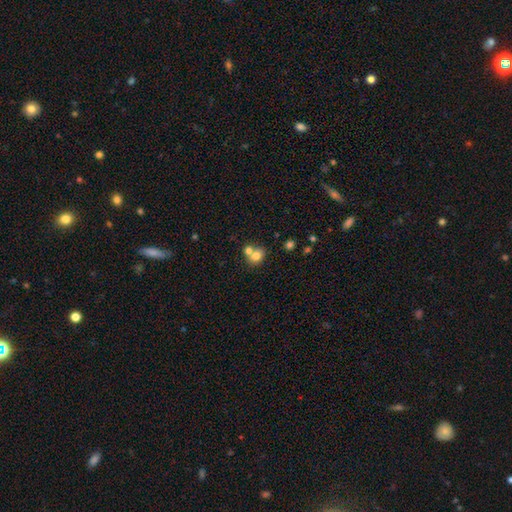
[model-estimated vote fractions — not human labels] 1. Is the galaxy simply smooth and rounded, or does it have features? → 75% smooth, 13% featured or disk, 11% star or artifact.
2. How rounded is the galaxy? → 65% round, 34% in between, 1% cigar-shaped.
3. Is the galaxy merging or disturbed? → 50% merger, 39% none, 8% minor disturbance, 3% major disturbance.